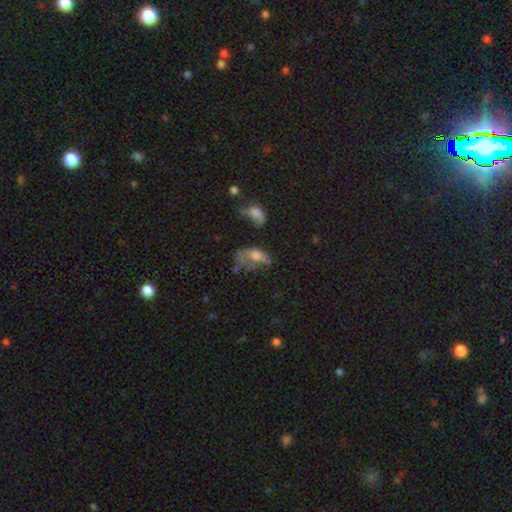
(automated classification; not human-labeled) Overall: smooth (51%; featured or disk 37%). How rounded: in between (85%). Merging: major disturbance (42%; none 23%).